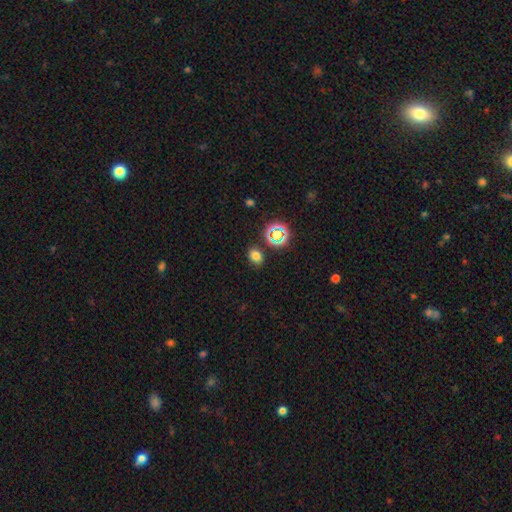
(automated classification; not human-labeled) Smooth or featured? smooth (71%)
How rounded? in between (58%)
Merging? none (82%)